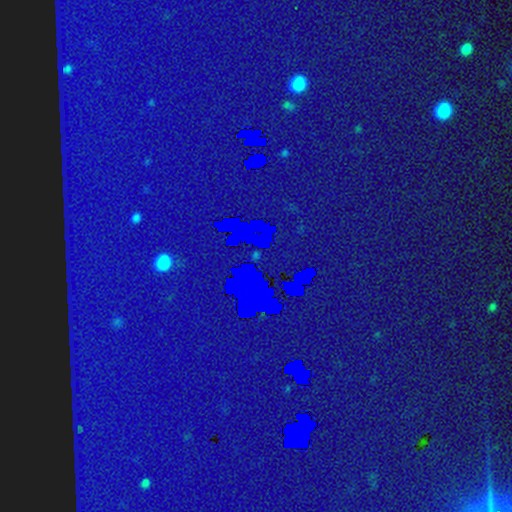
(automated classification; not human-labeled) smooth-or-featured: star or artifact: 88% | featured or disk: 6% | smooth: 6%